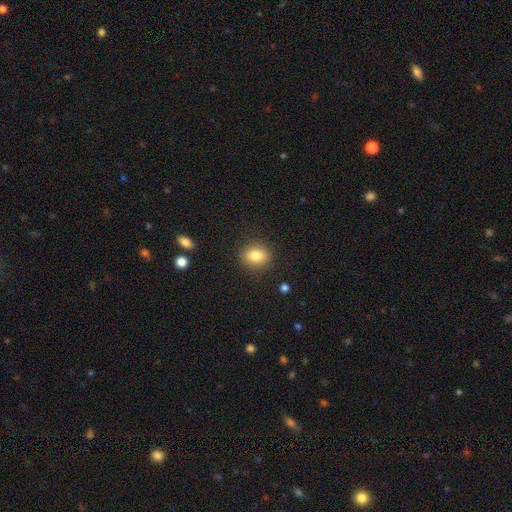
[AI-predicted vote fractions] smooth-or-featured: smooth: 82% | star or artifact: 10% | featured or disk: 8%
  how-rounded: round: 50% | in between: 49% | cigar-shaped: 1%
  merging: none: 87% | minor disturbance: 9% | major disturbance: 3% | merger: 1%